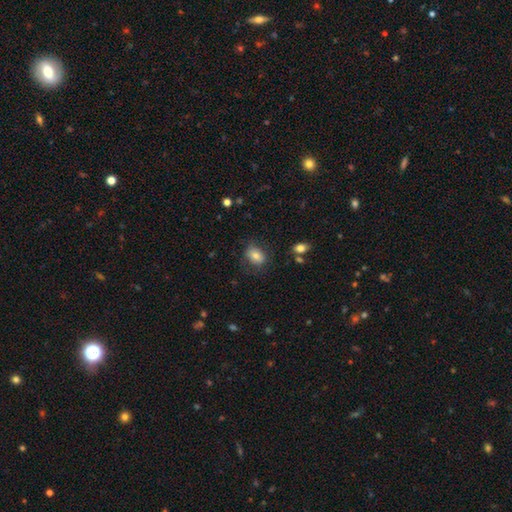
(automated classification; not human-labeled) smooth_or_featured: smooth (p=0.76) [alt: featured or disk p=0.15]
how_rounded: in between (p=0.71) [alt: round p=0.28]
merging: none (p=0.71) [alt: minor disturbance p=0.19]